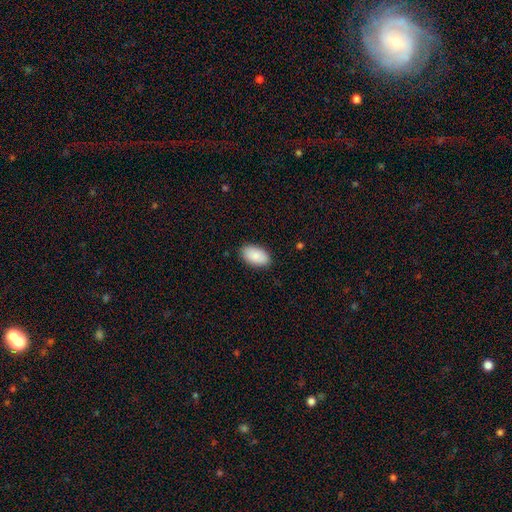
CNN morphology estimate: Smooth or featured: smooth — 87% (featured or disk — 7%)
How rounded: in between — 95% (round — 4%)
Merging: none — 86% (minor disturbance — 11%)